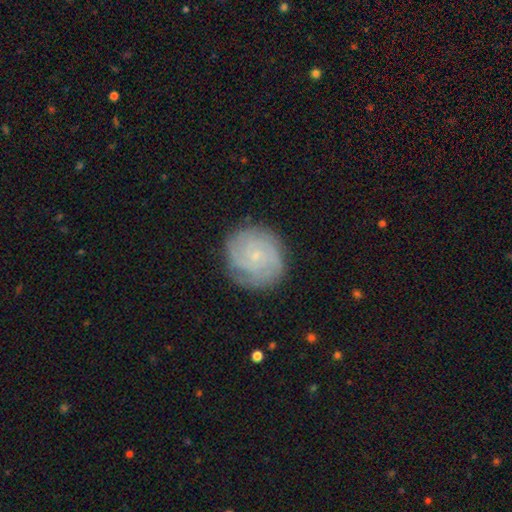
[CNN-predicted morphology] Overall: featured or disk (74%). Edge-on disk: no (98%). Bar: no (77%). Spiral arms: yes (95%). Spiral arm count: can't tell (30%; 3 24%). Spiral winding: tight (75%). Bulge size: small (83%). Merging: none (82%).